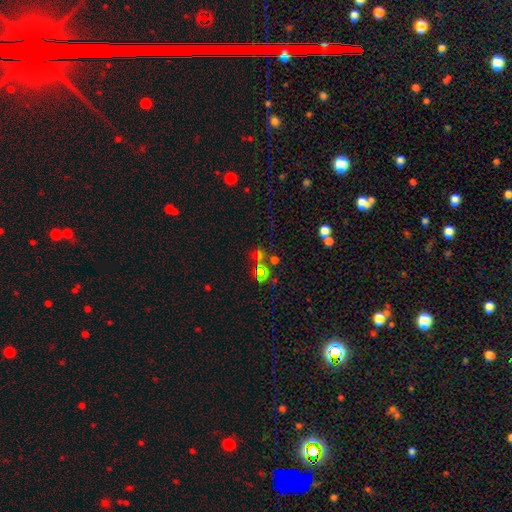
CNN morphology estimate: A star or artifact, not a galaxy (53%).